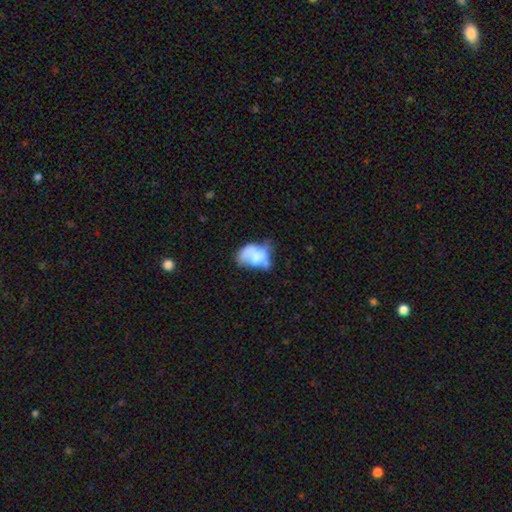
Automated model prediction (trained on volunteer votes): smooth-or-featured: smooth: 57% | featured or disk: 34% | star or artifact: 10%
  how-rounded: in between: 80% | round: 18% | cigar-shaped: 2%
  merging: major disturbance: 30% | minor disturbance: 26% | none: 24% | merger: 21%